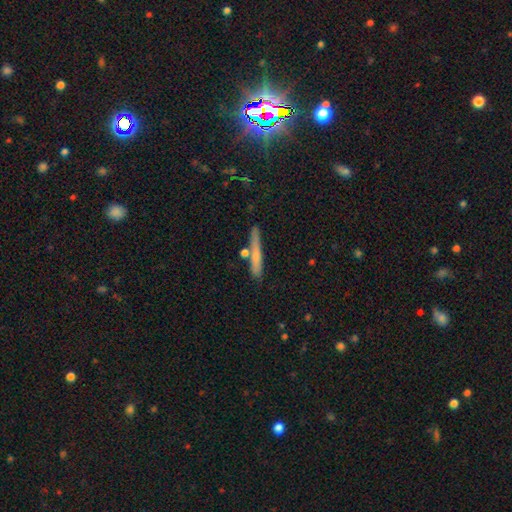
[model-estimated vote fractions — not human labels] Smooth or featured: smooth — 61% (featured or disk — 32%)
How rounded: cigar-shaped — 93% (in between — 5%)
Merging: none — 76% (minor disturbance — 13%)